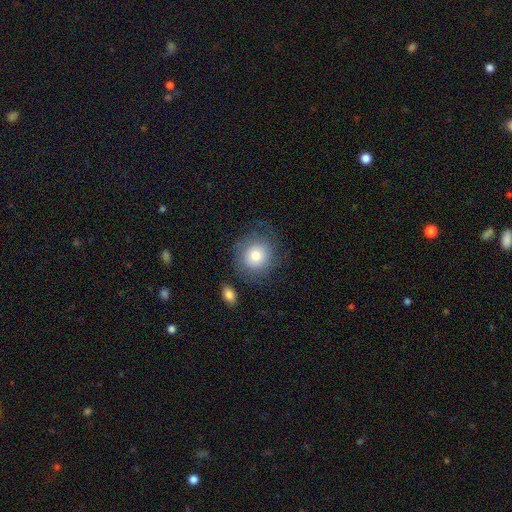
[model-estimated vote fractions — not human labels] Morphology: type=smooth (74%); roundness=round (88%); merging=none (73%).